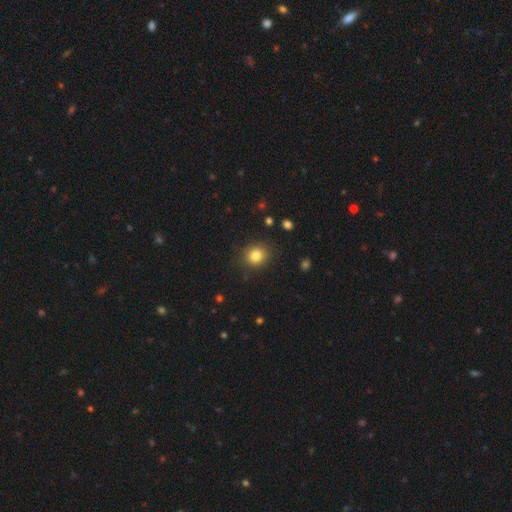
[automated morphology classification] Q: Smooth or featured?
A: smooth (81%); runner-up: star or artifact (12%)
Q: How rounded?
A: round (79%); runner-up: in between (20%)
Q: Merging?
A: none (88%); runner-up: minor disturbance (8%)